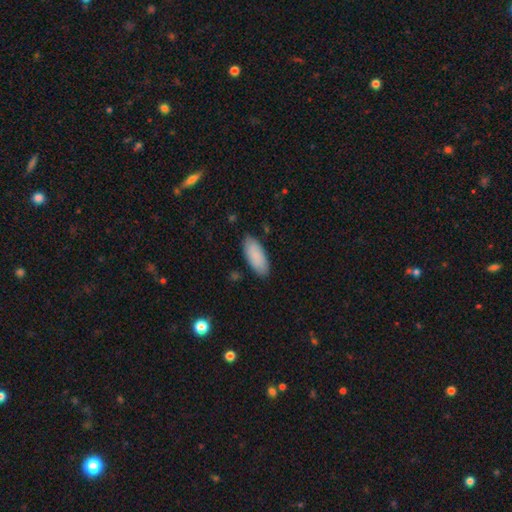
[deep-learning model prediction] This is clearly a smooth galaxy (87%). How rounded: clearly in between (85%). Merging: clearly none (85%).